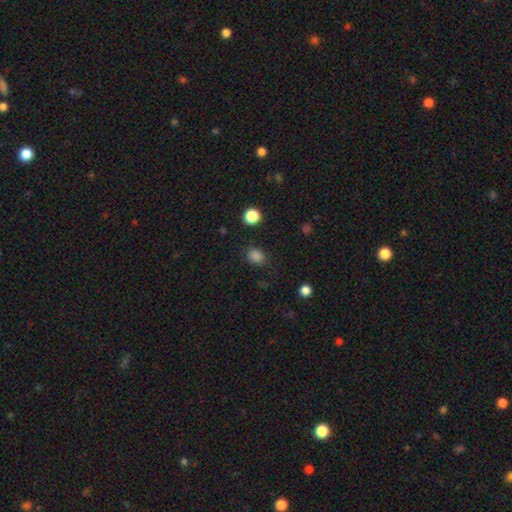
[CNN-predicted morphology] type=smooth (83%); roundness=round (57%); merging=none (81%).